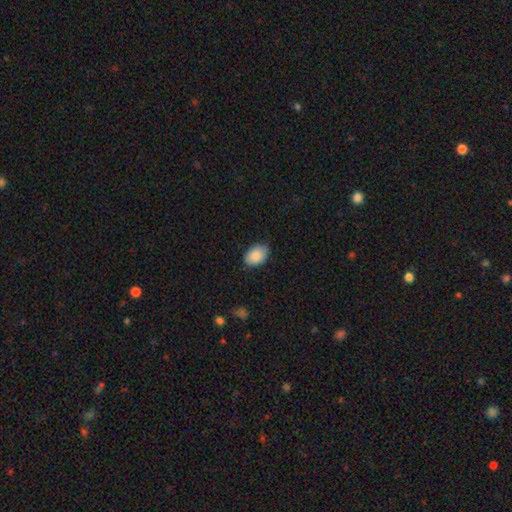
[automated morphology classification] Overall: smooth (89%). How rounded: in between (85%). Merging: none (82%).